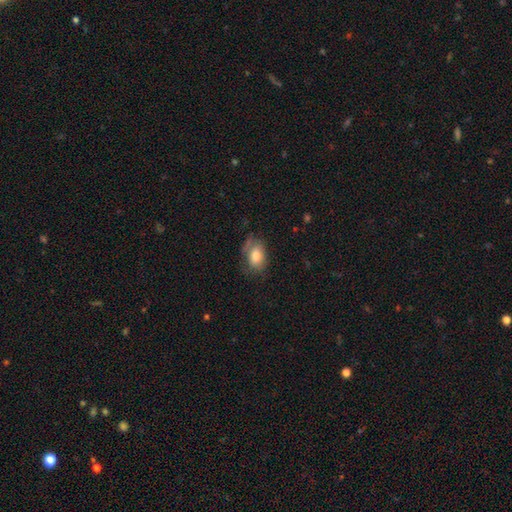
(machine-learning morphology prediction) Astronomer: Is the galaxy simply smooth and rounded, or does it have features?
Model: smooth — 75%.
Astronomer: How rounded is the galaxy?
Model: in between — 82%.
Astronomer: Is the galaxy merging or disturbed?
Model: none — 56%.